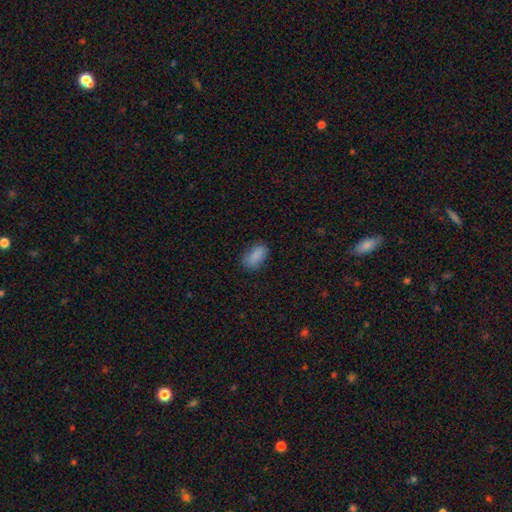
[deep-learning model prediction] A smooth galaxy with no disk features (87%) that is in between round and cigar-shaped (92%).

Vote fractions:
- Smooth or featured? smooth: 87% / star or artifact: 8% / featured or disk: 5%
- How rounded? in between: 92% / cigar-shaped: 4% / round: 4%
- Merging? none: 79% / minor disturbance: 16% / major disturbance: 4% / merger: 1%